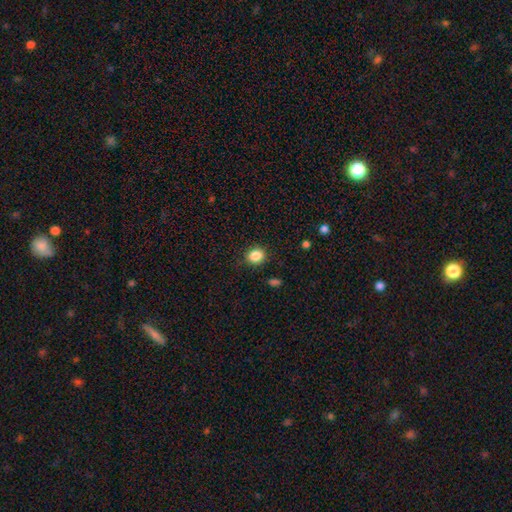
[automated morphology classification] Smooth or featured: smooth — 85% (star or artifact — 10%)
How rounded: round — 71% (in between — 28%)
Merging: none — 86% (minor disturbance — 10%)